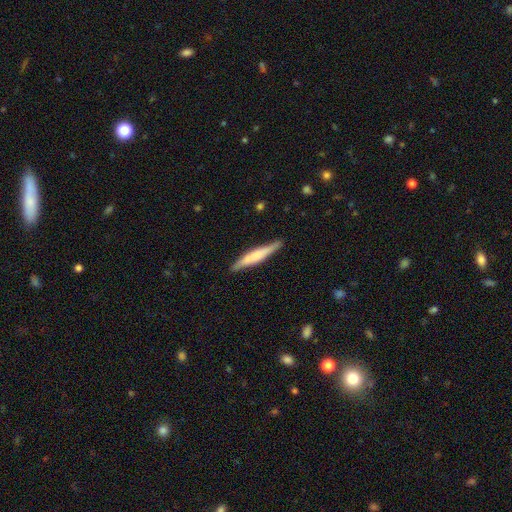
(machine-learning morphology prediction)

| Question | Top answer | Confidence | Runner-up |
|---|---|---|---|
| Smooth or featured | smooth | 47% | tied: featured or disk (47%) |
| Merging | none | 86% | minor disturbance (11%) |